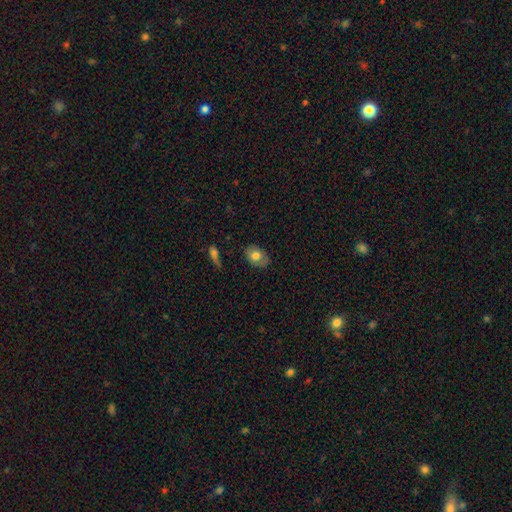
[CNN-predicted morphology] The model was most divided on "smooth or featured": smooth: 69%, featured or disk: 23%, star or artifact: 7%. More confident: how rounded — in between (83%); merging — none (78%).